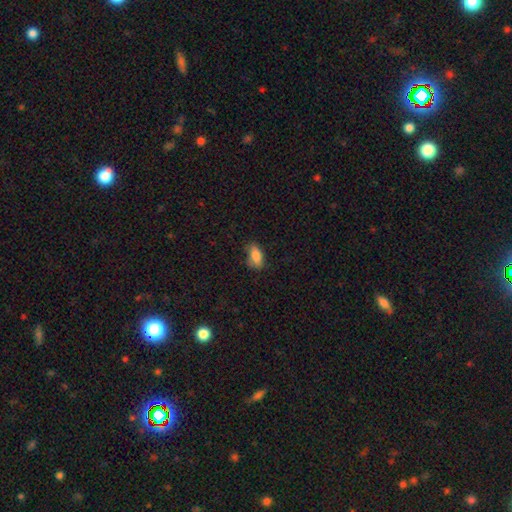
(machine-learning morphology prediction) Smooth or featured?
  - smooth: 84% *
  - star or artifact: 8%
  - featured or disk: 7%
How rounded?
  - in between: 89% *
  - cigar-shaped: 6%
  - round: 5%
Merging?
  - none: 66% *
  - minor disturbance: 26%
  - major disturbance: 7%
  - merger: 2%